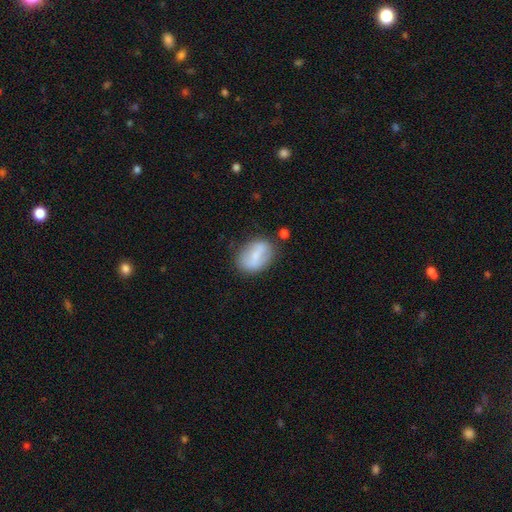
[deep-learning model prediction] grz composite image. It shows a smooth galaxy with no disk features (61%) that is in between round and cigar-shaped (81%). Merging: none (71%).